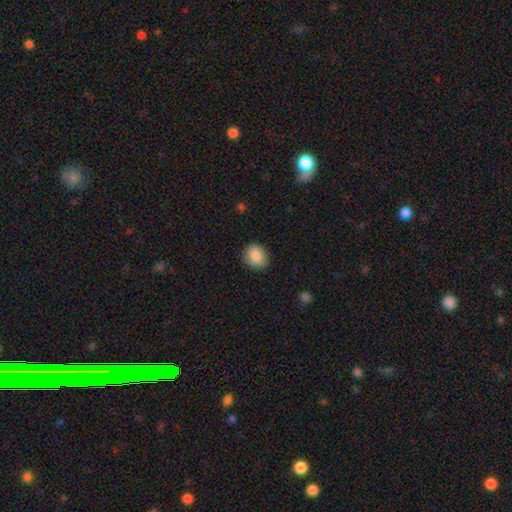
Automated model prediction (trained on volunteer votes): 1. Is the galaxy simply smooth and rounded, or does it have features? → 85% smooth, 8% star or artifact, 7% featured or disk.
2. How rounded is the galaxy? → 75% round, 24% in between, 1% cigar-shaped.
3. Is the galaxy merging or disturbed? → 88% none, 9% minor disturbance, 2% major disturbance, 1% merger.